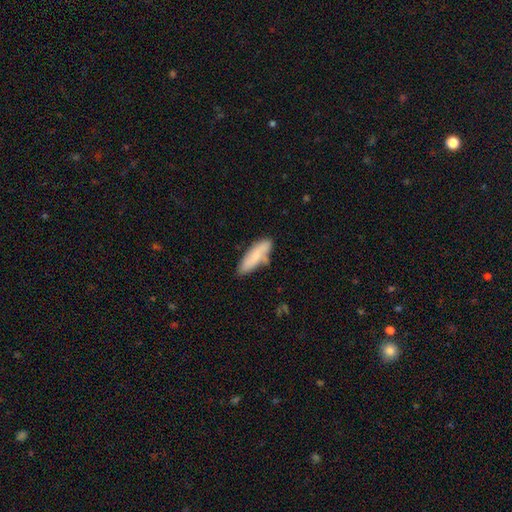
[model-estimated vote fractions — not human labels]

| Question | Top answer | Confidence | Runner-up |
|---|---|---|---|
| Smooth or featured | smooth | 71% | featured or disk (23%) |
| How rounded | cigar-shaped | 49% | tied: in between (49%) |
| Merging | none | 63% | minor disturbance (23%) |